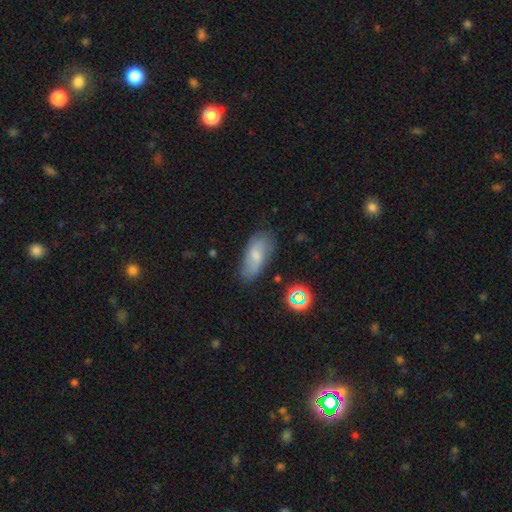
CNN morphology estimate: Smooth or featured? smooth (55%)
How rounded? in between (87%)
Merging? none (68%)